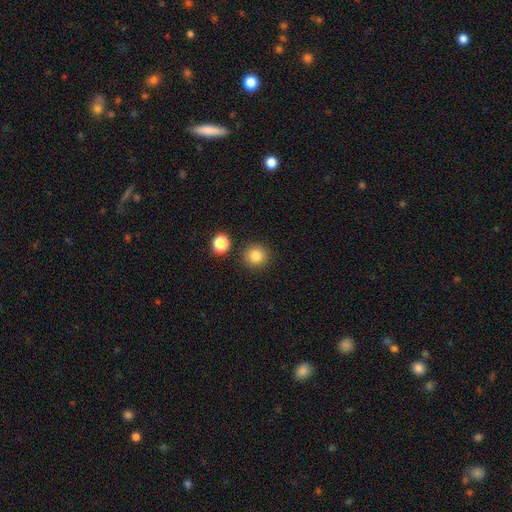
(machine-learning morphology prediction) type=smooth (83%); roundness=round (93%); merging=none (88%).